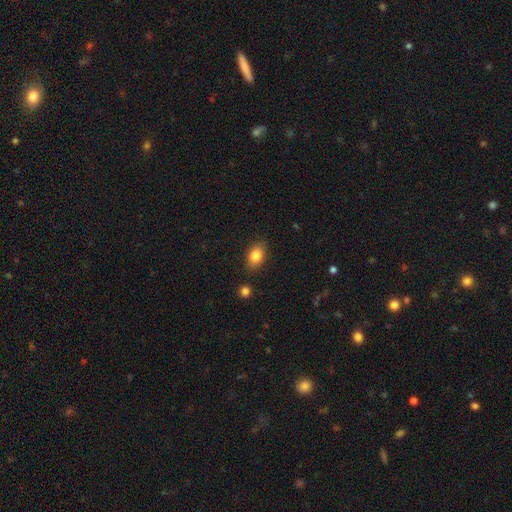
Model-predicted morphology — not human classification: The model was most divided on "how rounded": in between: 83%, round: 15%, cigar-shaped: 2%. More confident: smooth or featured — smooth (84%); merging — none (84%).